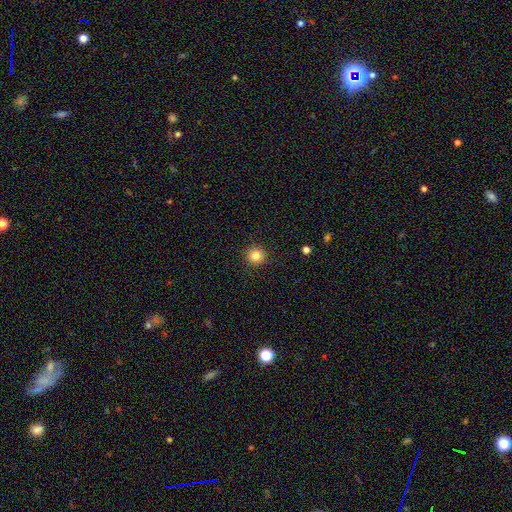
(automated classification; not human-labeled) Smooth or featured?
  - smooth: 83% *
  - star or artifact: 12%
  - featured or disk: 5%
How rounded?
  - round: 94% *
  - in between: 5%
  - cigar-shaped: 1%
Merging?
  - none: 92% *
  - minor disturbance: 6%
  - major disturbance: 2%
  - merger: 1%